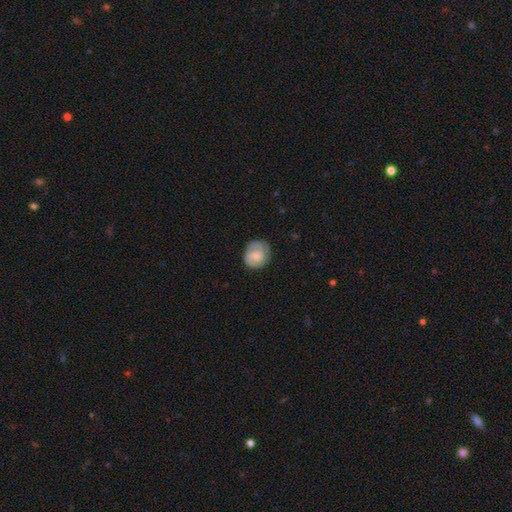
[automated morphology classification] Overall: smooth (57%; featured or disk 37%). How rounded: round (80%). Merging: none (71%).